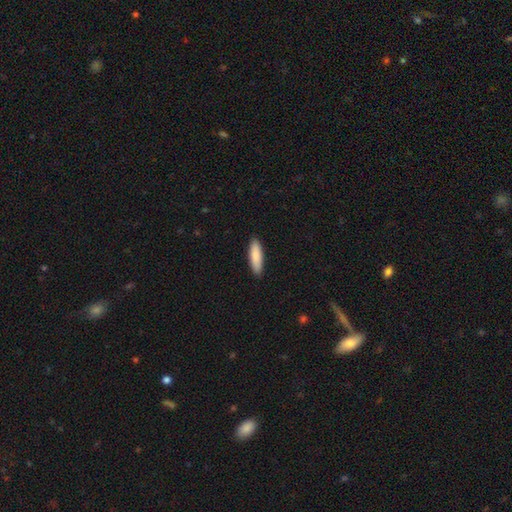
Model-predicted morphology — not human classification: A smooth galaxy with no disk features (87%) that is cigar-shaped (61%). Merging: none (91%).